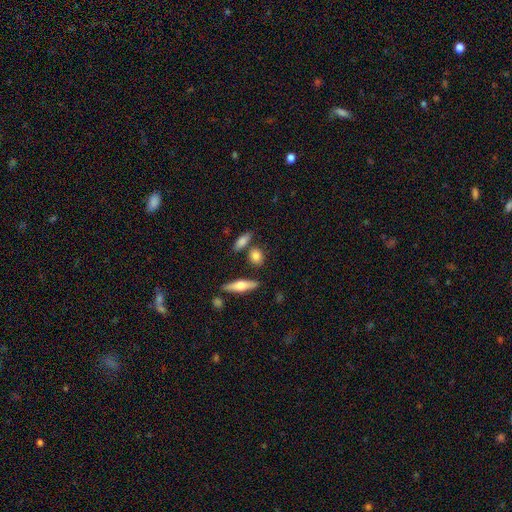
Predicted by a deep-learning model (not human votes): A smooth galaxy with no disk features (79%) that is in between round and cigar-shaped (48%). Merging: none (75%).